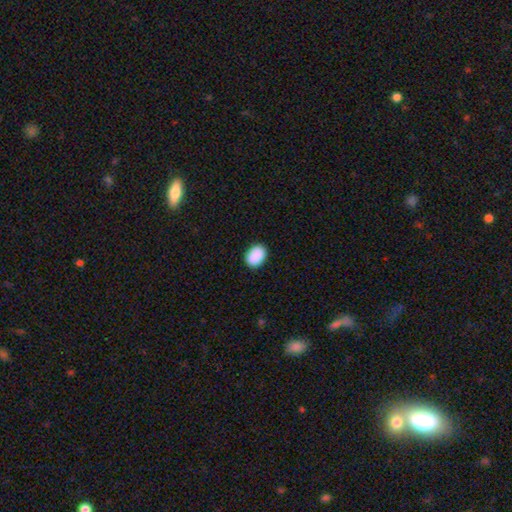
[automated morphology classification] Smooth or featured? smooth (90%)
How rounded? in between (75%)
Merging? none (87%)